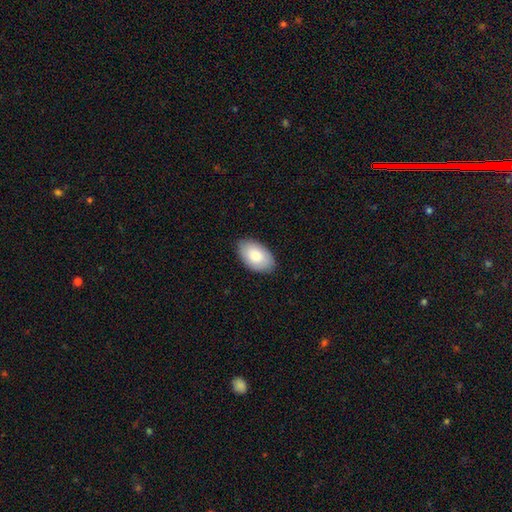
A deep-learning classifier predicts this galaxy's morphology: Q: Smooth or featured?
A: smooth (82%); runner-up: featured or disk (12%)
Q: How rounded?
A: in between (95%); runner-up: round (4%)
Q: Merging?
A: none (85%); runner-up: minor disturbance (12%)